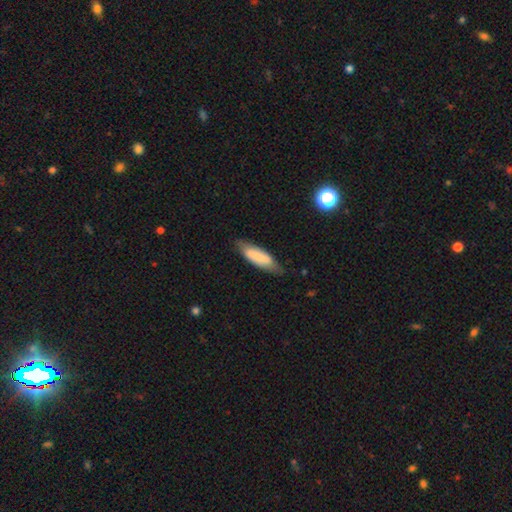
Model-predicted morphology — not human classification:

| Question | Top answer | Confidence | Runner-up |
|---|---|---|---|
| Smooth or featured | smooth | 72% | featured or disk (22%) |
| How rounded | in between | 57% | cigar-shaped (41%) |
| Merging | none | 72% | minor disturbance (21%) |